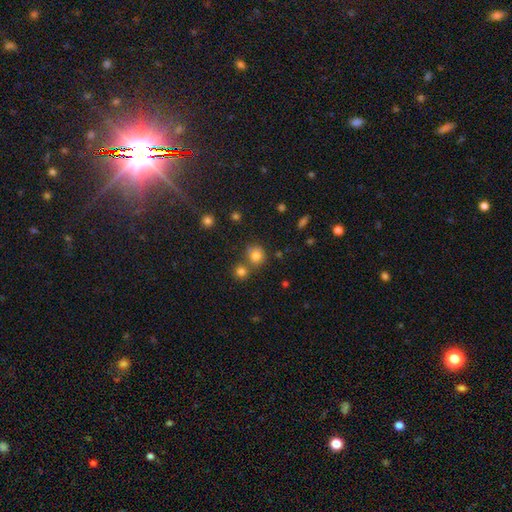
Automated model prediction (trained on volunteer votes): A smooth galaxy with no disk features (79%) that is round (84%). Merging: none (62%).